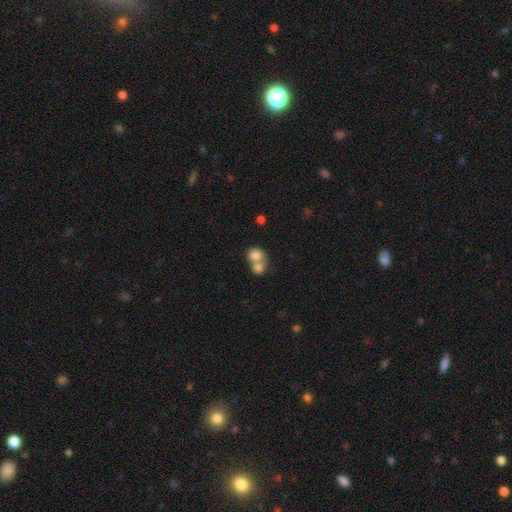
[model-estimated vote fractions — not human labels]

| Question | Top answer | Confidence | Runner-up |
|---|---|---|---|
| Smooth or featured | smooth | 79% | featured or disk (12%) |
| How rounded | round | 64% | in between (35%) |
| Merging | merger | 68% | none (23%) |